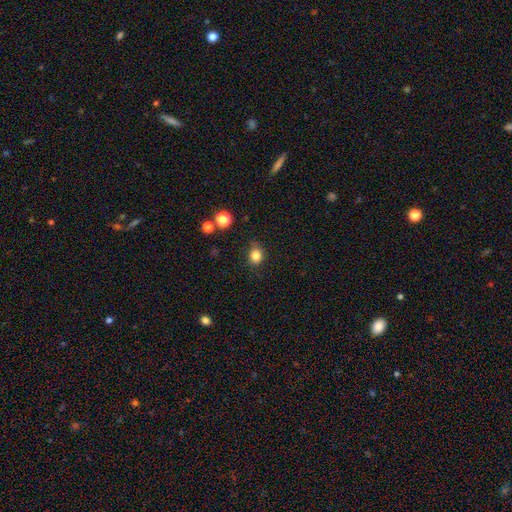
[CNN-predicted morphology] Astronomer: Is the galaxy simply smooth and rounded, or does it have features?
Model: smooth — 83%.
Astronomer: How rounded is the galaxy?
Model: round — 67%.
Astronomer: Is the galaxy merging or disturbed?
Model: none — 77%.